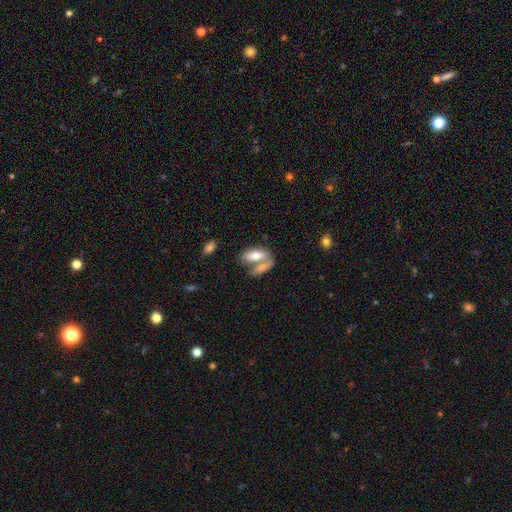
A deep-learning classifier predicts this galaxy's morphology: The model was most divided on "merging": merger: 53%, none: 33%, minor disturbance: 9%, major disturbance: 5%. More confident: how rounded — in between (82%); smooth or featured — smooth (72%).